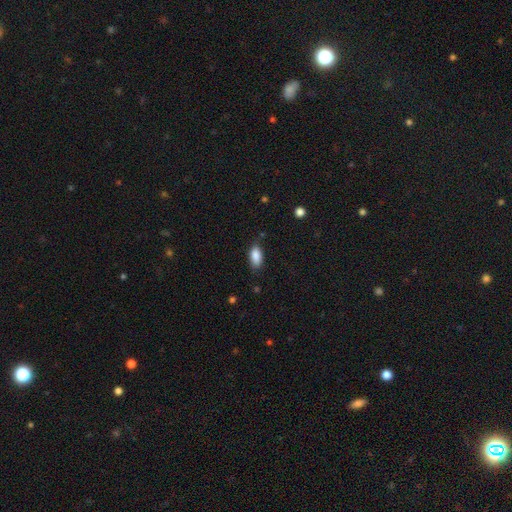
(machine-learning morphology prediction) type=smooth (88%); roundness=in between (90%); merging=none (78%).